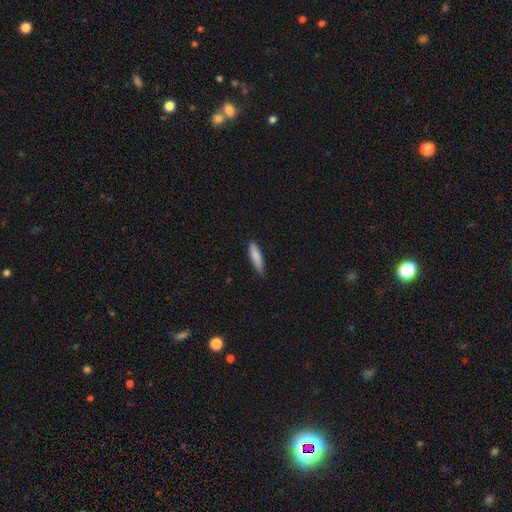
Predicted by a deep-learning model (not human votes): Smooth or featured: smooth — 85% (featured or disk — 9%)
How rounded: cigar-shaped — 68% (in between — 30%)
Merging: none — 79% (minor disturbance — 18%)